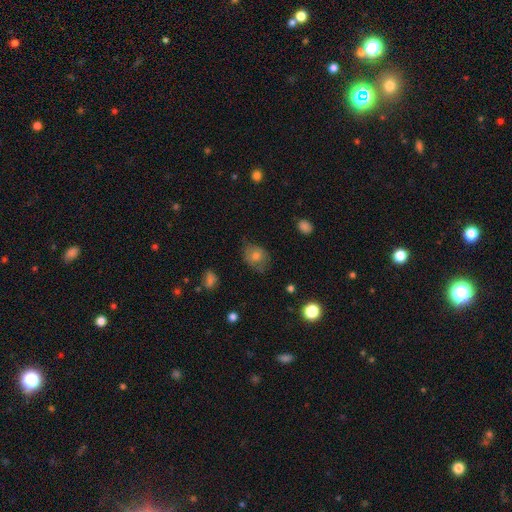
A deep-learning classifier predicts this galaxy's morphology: smooth-or-featured: smooth: 65% | featured or disk: 23% | star or artifact: 12%
  how-rounded: round: 54% | in between: 45% | cigar-shaped: 1%
  merging: none: 67% | minor disturbance: 23% | major disturbance: 9% | merger: 1%